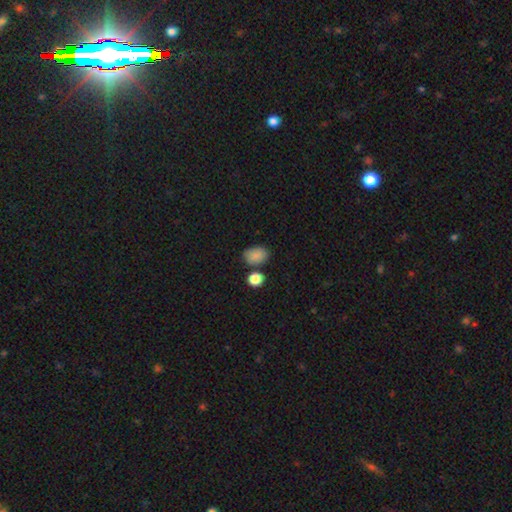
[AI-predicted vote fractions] Smooth or featured: smooth — 86% (star or artifact — 9%)
How rounded: in between — 80% (round — 19%)
Merging: none — 72% (minor disturbance — 15%)